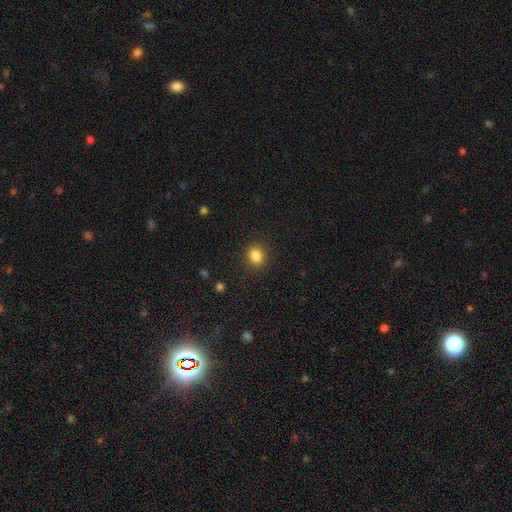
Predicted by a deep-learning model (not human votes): A smooth galaxy with no disk features (85%) that is round (64%).

Vote fractions:
- Smooth or featured? smooth: 85% / star or artifact: 11% / featured or disk: 4%
- How rounded? round: 64% / in between: 35% / cigar-shaped: 1%
- Merging? none: 89% / minor disturbance: 7% / major disturbance: 2% / merger: 1%